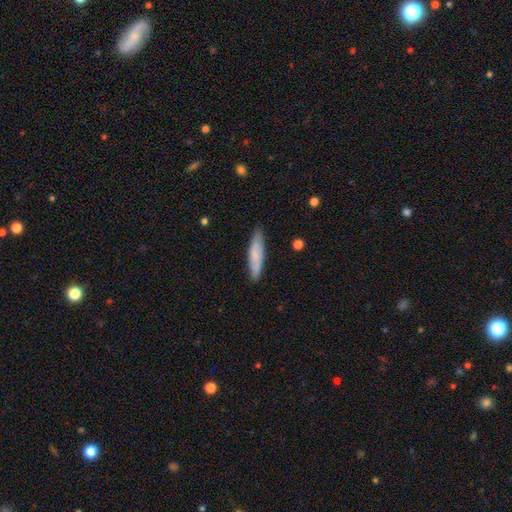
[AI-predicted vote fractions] Smooth or featured? Predicted: smooth (p=0.71). How rounded? Predicted: cigar-shaped (p=0.76). Merging? Predicted: none (p=0.84).